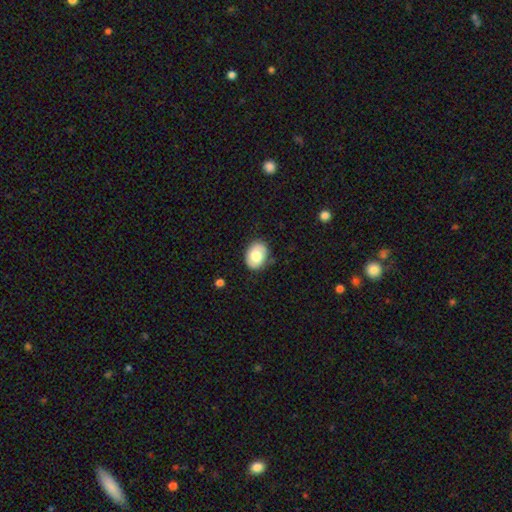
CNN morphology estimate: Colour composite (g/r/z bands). It shows a smooth galaxy with no disk features (67%) that is in between round and cigar-shaped (71%). Merging: none (80%).